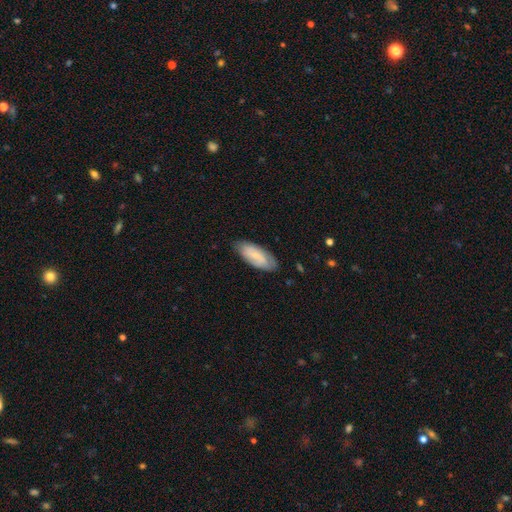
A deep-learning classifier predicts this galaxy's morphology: smooth 62%, featured or disk 32%, star or artifact 6%. Down the decision tree: how rounded — in between (83%); merging — none (78%).